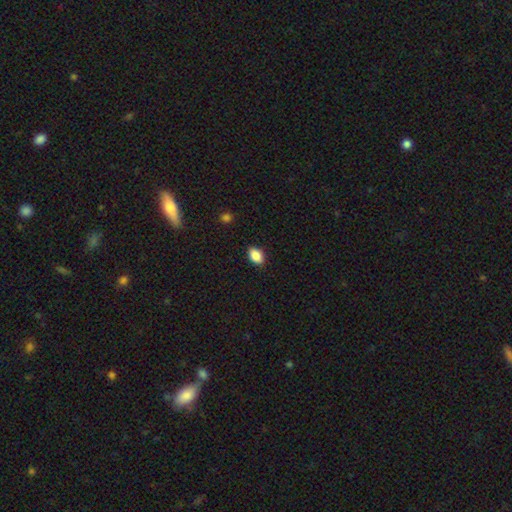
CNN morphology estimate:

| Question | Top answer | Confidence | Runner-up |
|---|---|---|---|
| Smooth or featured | smooth | 88% | star or artifact (8%) |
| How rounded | in between | 86% | round (12%) |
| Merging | none | 87% | minor disturbance (10%) |